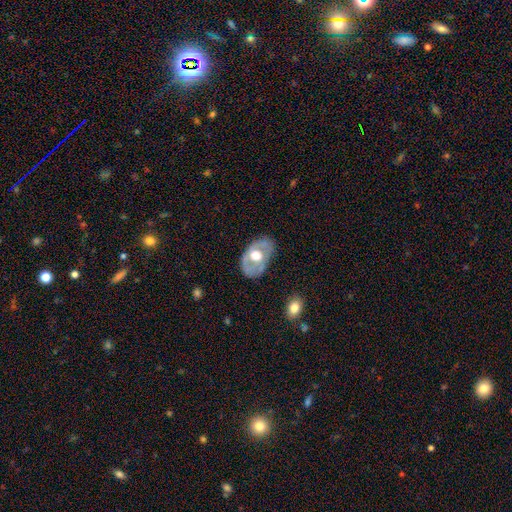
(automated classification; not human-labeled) Q: Smooth or featured?
A: featured or disk (59%); runner-up: smooth (35%)
Q: Edge-on disk?
A: no (90%); runner-up: yes (10%)
Q: Bar?
A: no (79%); runner-up: weak (16%)
Q: Spiral arms?
A: no (74%); runner-up: yes (26%)
Q: Bulge size?
A: moderate (57%); runner-up: large (37%)
Q: Merging?
A: none (74%); runner-up: minor disturbance (18%)